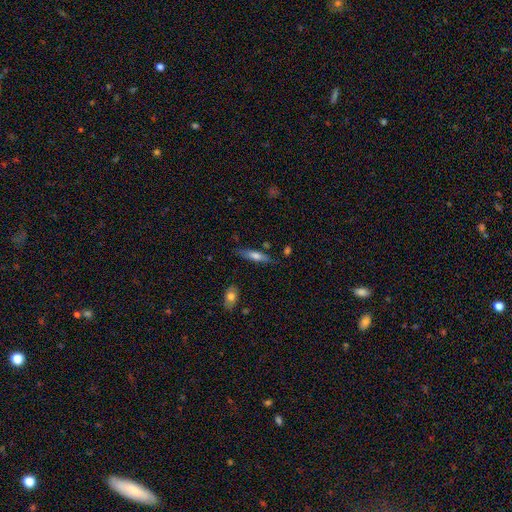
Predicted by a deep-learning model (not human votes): Smooth or featured?
  - smooth: 59% *
  - featured or disk: 34%
  - star or artifact: 7%
How rounded?
  - cigar-shaped: 72% *
  - in between: 26%
  - round: 2%
Merging?
  - none: 76% *
  - minor disturbance: 17%
  - major disturbance: 4%
  - merger: 3%